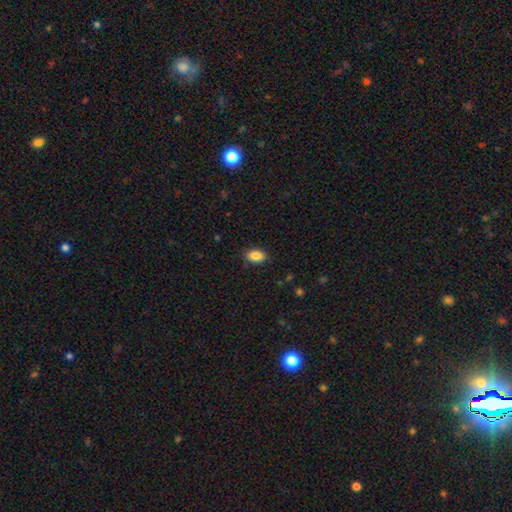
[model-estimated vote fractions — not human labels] Q: Smooth or featured?
A: smooth (87%); runner-up: star or artifact (8%)
Q: How rounded?
A: in between (86%); runner-up: round (12%)
Q: Merging?
A: none (86%); runner-up: minor disturbance (11%)